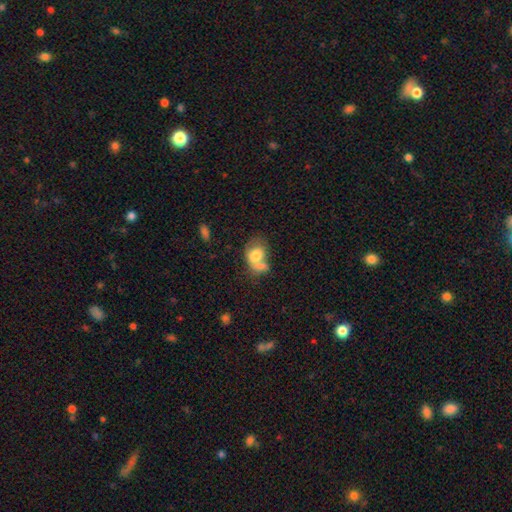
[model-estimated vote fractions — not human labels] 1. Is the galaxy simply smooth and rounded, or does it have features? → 71% smooth, 21% featured or disk, 8% star or artifact.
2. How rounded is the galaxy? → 68% in between, 31% round, 1% cigar-shaped.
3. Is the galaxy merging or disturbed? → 47% merger, 22% none, 16% minor disturbance, 15% major disturbance.